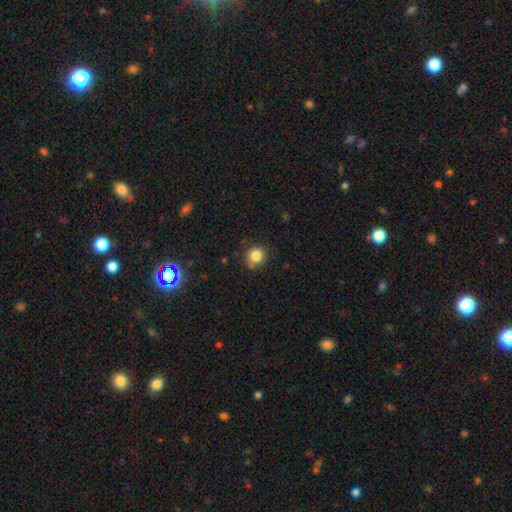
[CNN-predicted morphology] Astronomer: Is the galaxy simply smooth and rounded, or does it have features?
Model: smooth — 83%.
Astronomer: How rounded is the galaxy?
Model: round — 87%.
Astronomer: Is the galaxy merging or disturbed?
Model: none — 76%.